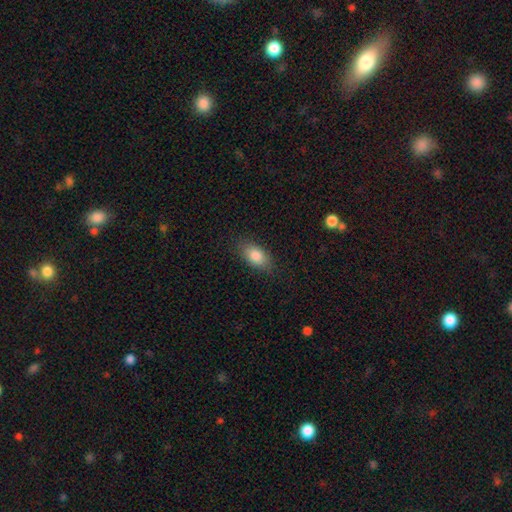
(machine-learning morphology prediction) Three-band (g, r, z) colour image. It shows a smooth galaxy with no disk features (85%) that is in between round and cigar-shaped (89%). Merging: none (83%).